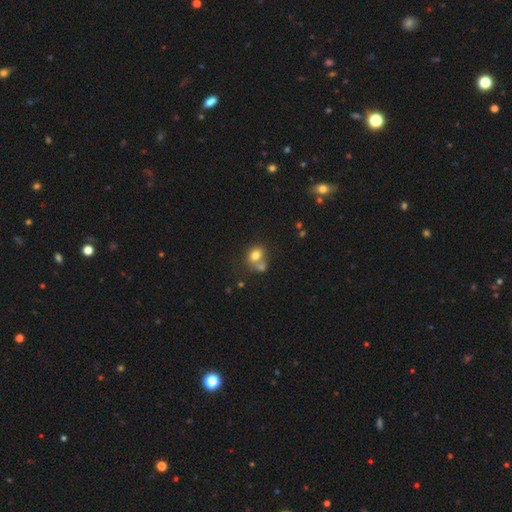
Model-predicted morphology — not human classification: This appears to be a smooth galaxy with no disk features (75%) that is round (54%). Merging: merger (42%).